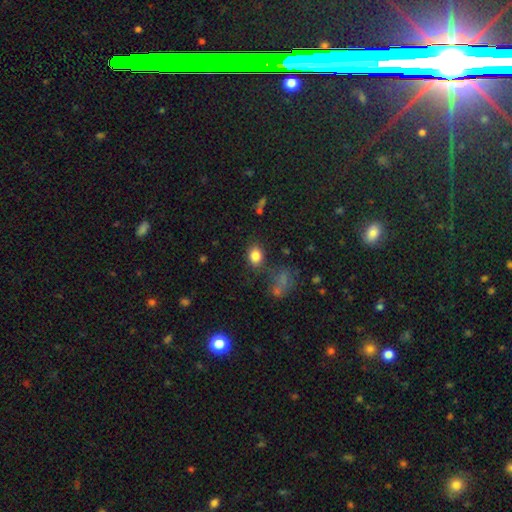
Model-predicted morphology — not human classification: A smooth galaxy with no disk features (83%) that is in between round and cigar-shaped (54%). Merging: none (77%).